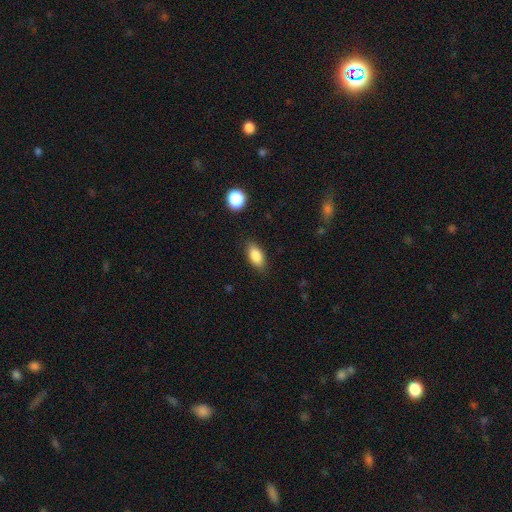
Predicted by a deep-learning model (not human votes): smooth-or-featured: smooth: 86% | star or artifact: 8% | featured or disk: 6%
  how-rounded: in between: 89% | cigar-shaped: 7% | round: 4%
  merging: none: 85% | minor disturbance: 11% | major disturbance: 3% | merger: 1%